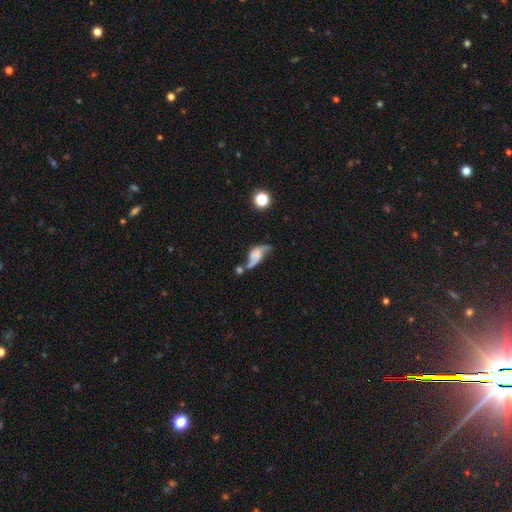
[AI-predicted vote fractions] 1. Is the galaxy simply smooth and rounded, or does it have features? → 60% featured or disk, 29% smooth, 11% star or artifact.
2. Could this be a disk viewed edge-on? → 92% no, 8% yes.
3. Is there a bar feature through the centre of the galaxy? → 69% no, 23% weak, 8% strong.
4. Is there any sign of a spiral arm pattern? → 76% yes, 24% no.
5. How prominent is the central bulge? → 59% none, 20% small, 10% moderate, 7% large, 4% dominant.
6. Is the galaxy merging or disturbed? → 30% merger, 26% major disturbance, 25% none, 19% minor disturbance.